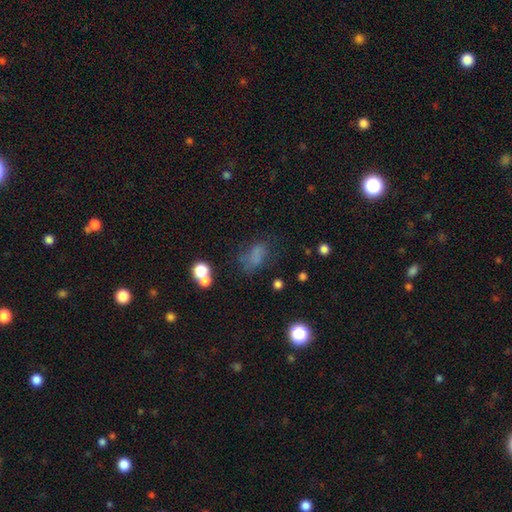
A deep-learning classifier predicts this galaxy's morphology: Smooth or featured? smooth (64%)
How rounded? in between (78%)
Merging? none (48%)